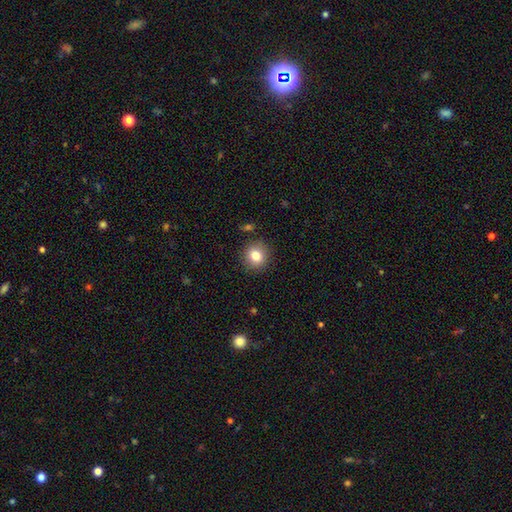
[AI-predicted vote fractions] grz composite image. It shows a smooth galaxy with no disk features (81%) that is round (88%). Merging: none (88%).